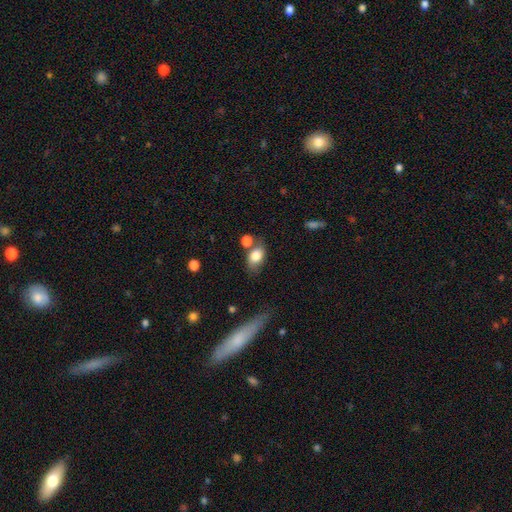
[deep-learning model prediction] smooth_or_featured: smooth (p=0.78) [alt: featured or disk p=0.13]
how_rounded: in between (p=0.82) [alt: round p=0.16]
merging: none (p=0.58) [alt: minor disturbance p=0.20]